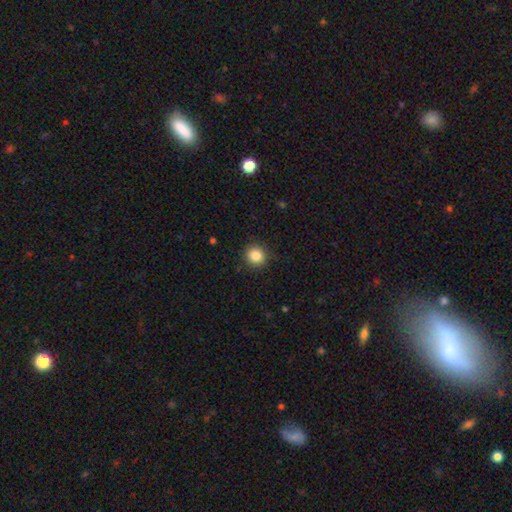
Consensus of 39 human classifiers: A smooth galaxy with no disk features (97%) that is round (92%).

Vote fractions:
- Smooth or featured? smooth: 97% / featured or disk: 3% / star or artifact: 0%
- How rounded? round: 92% / in between: 8% / cigar-shaped: 0%
- Merging? none: 92% / minor disturbance: 5% / major disturbance: 3% / merger: 0%